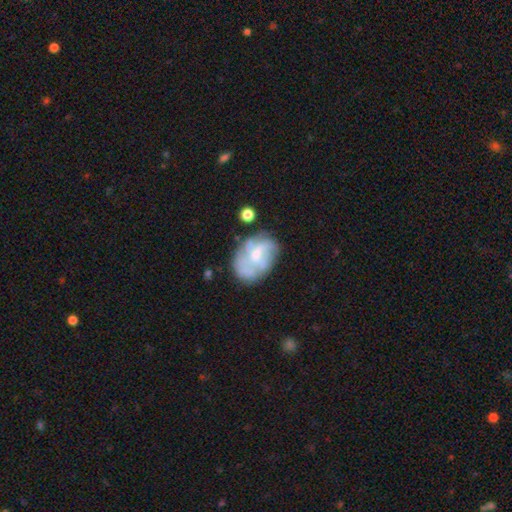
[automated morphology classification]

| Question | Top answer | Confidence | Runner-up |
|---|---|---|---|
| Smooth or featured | featured or disk | 56% | smooth (35%) |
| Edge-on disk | no | 97% | yes (3%) |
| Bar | no | 66% | weak (29%) |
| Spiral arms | no | 53% | yes (47%) |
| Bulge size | small | 41% | moderate (37%) |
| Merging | none | 49% | minor disturbance (26%) |